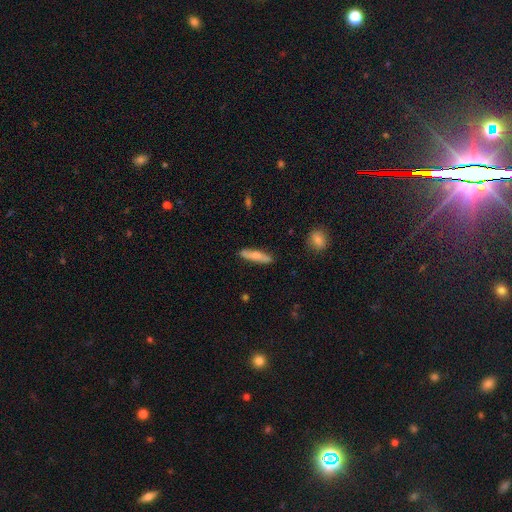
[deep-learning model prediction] Smooth or featured?
  - smooth: 70% *
  - featured or disk: 24%
  - star or artifact: 6%
How rounded?
  - cigar-shaped: 82% *
  - in between: 16%
  - round: 2%
Merging?
  - none: 85% *
  - minor disturbance: 11%
  - major disturbance: 2%
  - merger: 2%